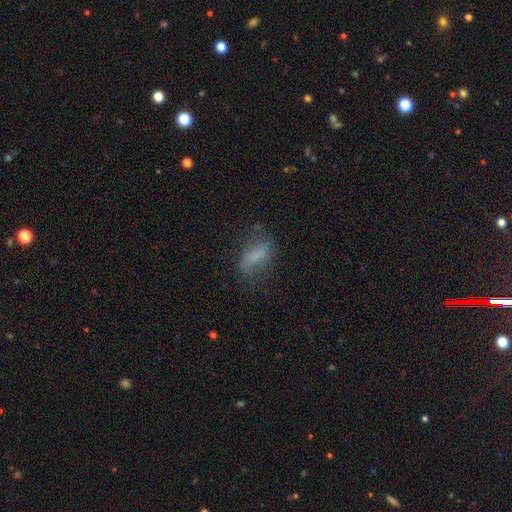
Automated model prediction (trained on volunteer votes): The model was most divided on "smooth or featured": smooth: 62%, featured or disk: 27%, star or artifact: 11%. More confident: how rounded — in between (70%); merging — none (61%).